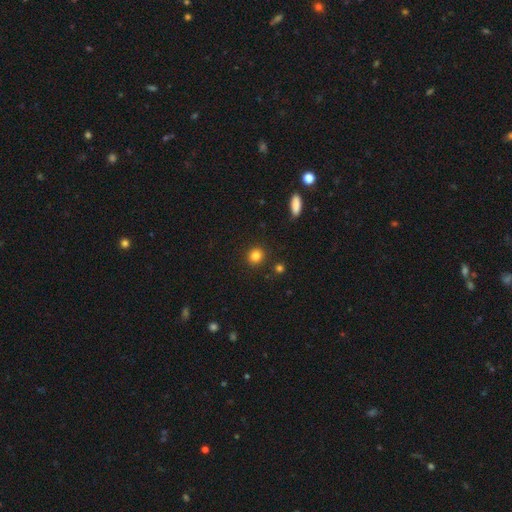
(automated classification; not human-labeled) smooth 84%, star or artifact 11%, featured or disk 5%. Down the decision tree: how rounded — round (87%); merging — none (89%).